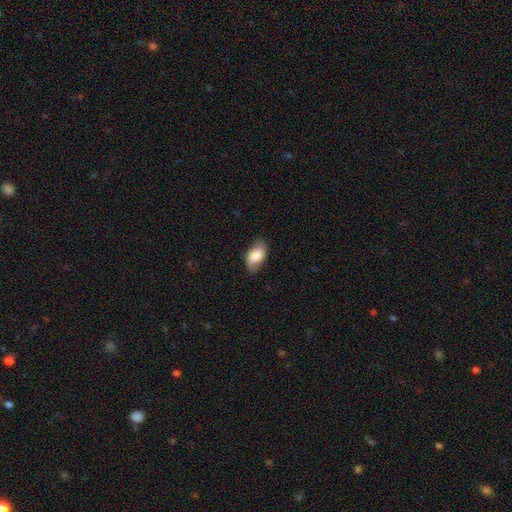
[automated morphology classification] Smooth or featured? smooth (75%)
How rounded? in between (92%)
Merging? none (79%)